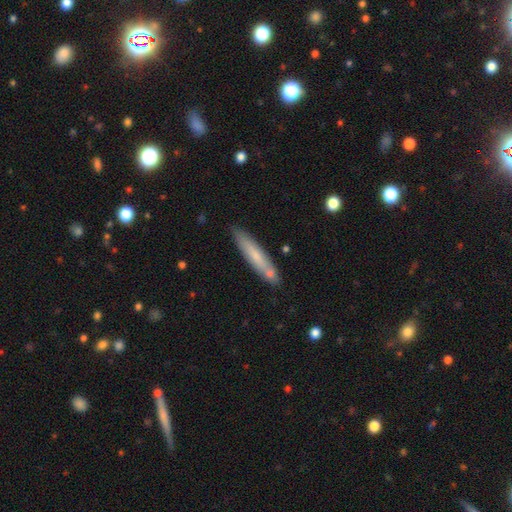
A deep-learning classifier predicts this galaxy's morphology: Smooth or featured?
  - smooth: 67% *
  - featured or disk: 27%
  - star or artifact: 6%
How rounded?
  - cigar-shaped: 90% *
  - in between: 9%
  - round: 1%
Merging?
  - none: 79% *
  - minor disturbance: 13%
  - merger: 6%
  - major disturbance: 2%